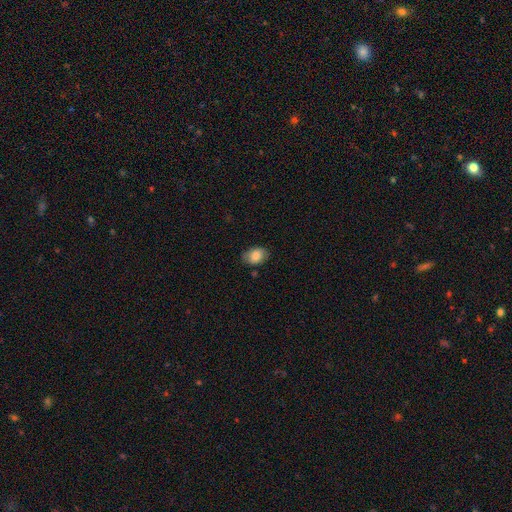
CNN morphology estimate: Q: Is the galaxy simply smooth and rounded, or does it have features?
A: smooth — 82%.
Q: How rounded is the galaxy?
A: in between — 78%.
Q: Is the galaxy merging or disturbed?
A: none — 78%.